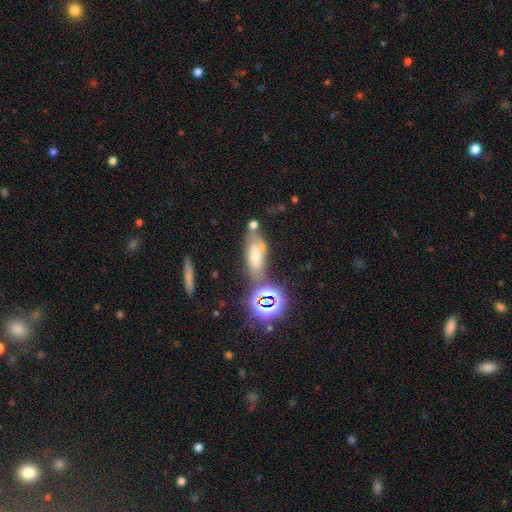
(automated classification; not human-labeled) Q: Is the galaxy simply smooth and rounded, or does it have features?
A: smooth — 48%.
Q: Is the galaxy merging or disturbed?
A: none — 45%.